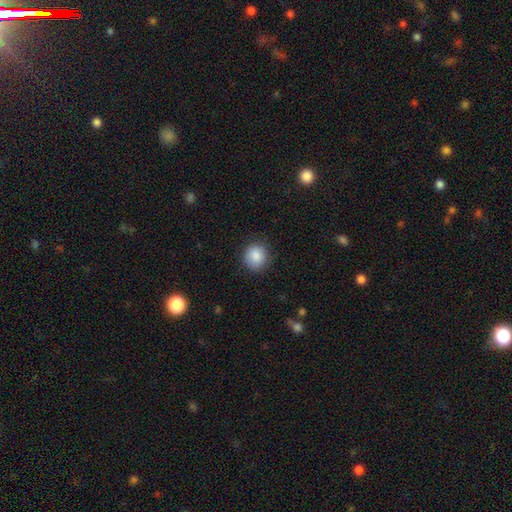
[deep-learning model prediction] Smooth or featured: smooth — 87% (star or artifact — 8%)
How rounded: round — 86% (in between — 13%)
Merging: none — 85% (minor disturbance — 11%)